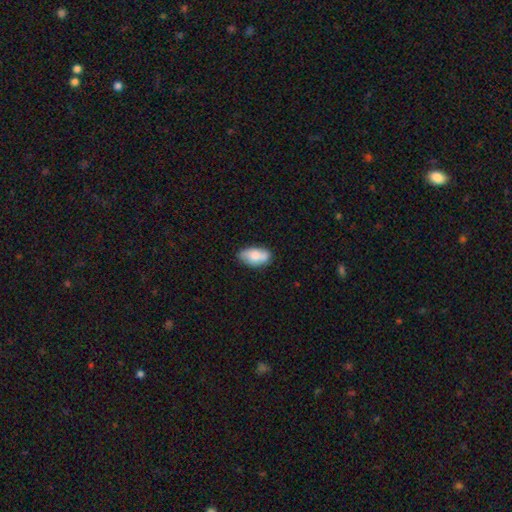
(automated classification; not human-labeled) Smooth or featured?
  - smooth: 70% *
  - featured or disk: 23%
  - star or artifact: 7%
How rounded?
  - in between: 93% *
  - round: 5%
  - cigar-shaped: 3%
Merging?
  - none: 71% *
  - minor disturbance: 21%
  - major disturbance: 4%
  - merger: 3%